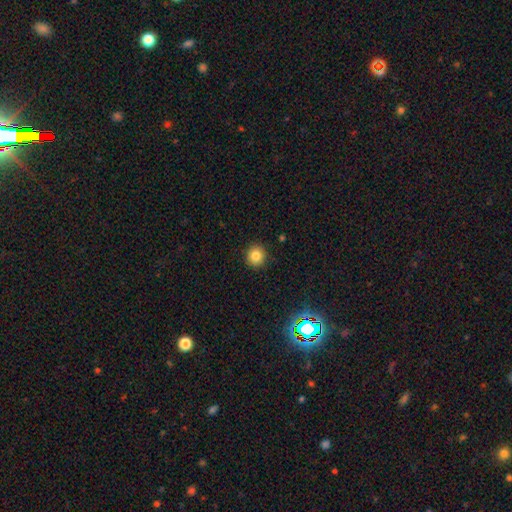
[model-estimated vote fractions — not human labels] This is clearly a smooth galaxy (83%). How rounded: clearly round (91%). Merging: clearly none (91%).